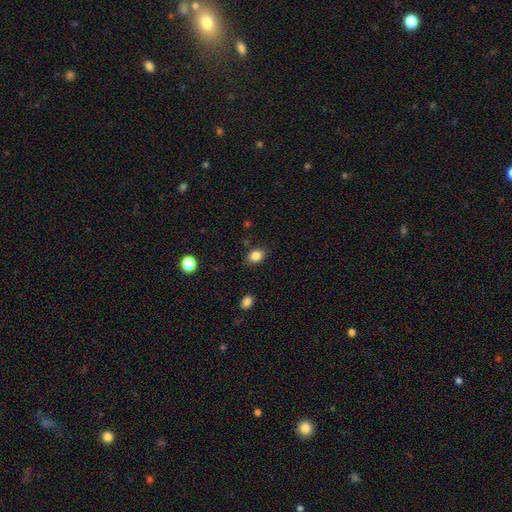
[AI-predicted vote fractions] smooth_or_featured: smooth (p=0.85) [alt: star or artifact p=0.10]
how_rounded: in between (p=0.66) [alt: round p=0.33]
merging: none (p=0.84) [alt: minor disturbance p=0.11]